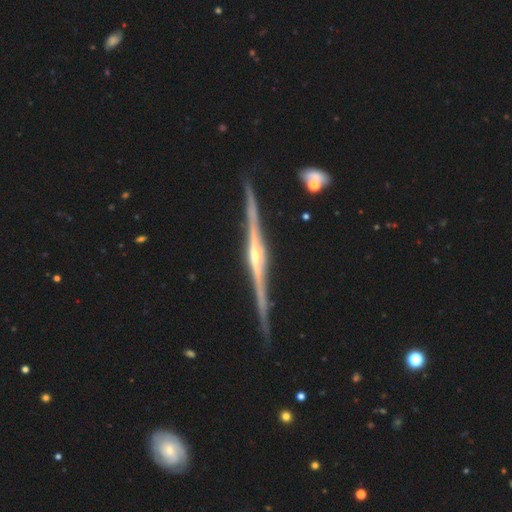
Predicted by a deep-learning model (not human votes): The model was most divided on "edge-on bulge": rounded: 83%, boxy: 8%, none: 8%. More confident: edge-on disk — yes (98%); smooth or featured — featured or disk (90%); merging — none (87%).